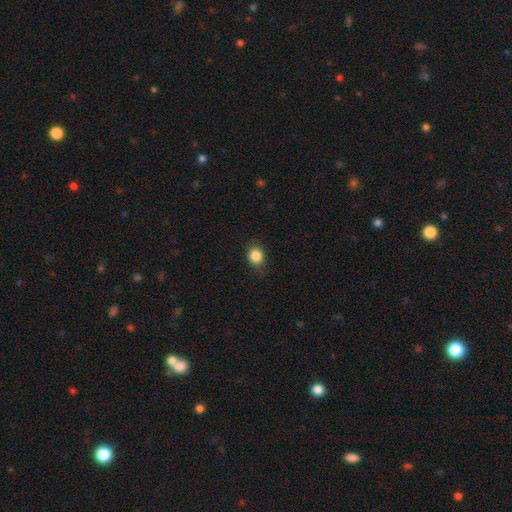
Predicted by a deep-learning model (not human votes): A smooth galaxy with no disk features (85%) that is round (72%).

Vote fractions:
- Smooth or featured? smooth: 85% / star or artifact: 10% / featured or disk: 5%
- How rounded? round: 72% / in between: 27% / cigar-shaped: 1%
- Merging? none: 79% / minor disturbance: 16% / major disturbance: 4% / merger: 1%